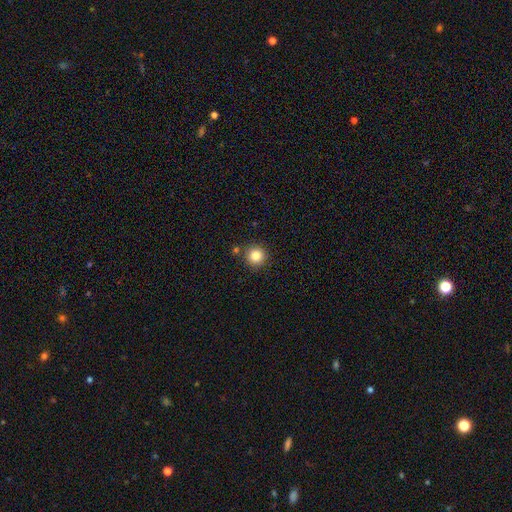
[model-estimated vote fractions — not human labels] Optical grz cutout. It shows a smooth galaxy with no disk features (84%) that is round (95%). Merging: none (85%).